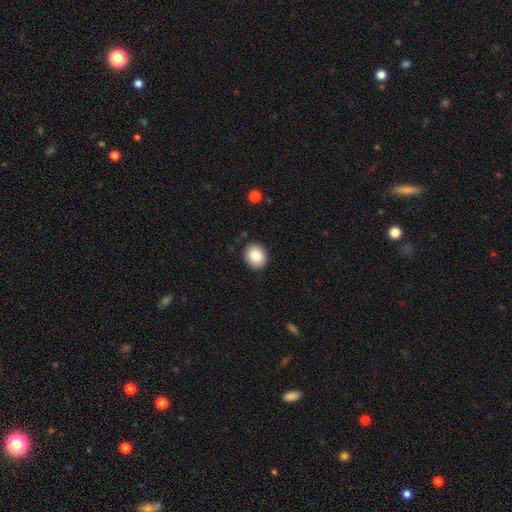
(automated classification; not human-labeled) Smooth or featured?
  - smooth: 86% *
  - star or artifact: 8%
  - featured or disk: 6%
How rounded?
  - round: 61% *
  - in between: 38%
  - cigar-shaped: 1%
Merging?
  - none: 89% *
  - minor disturbance: 8%
  - major disturbance: 2%
  - merger: 1%